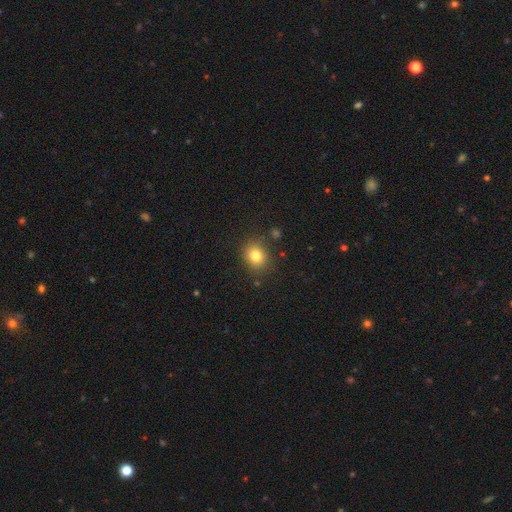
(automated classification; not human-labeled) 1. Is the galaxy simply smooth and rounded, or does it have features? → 81% smooth, 12% star or artifact, 8% featured or disk.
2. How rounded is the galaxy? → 64% round, 35% in between, 1% cigar-shaped.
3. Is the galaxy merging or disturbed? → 84% none, 10% minor disturbance, 3% major disturbance, 3% merger.